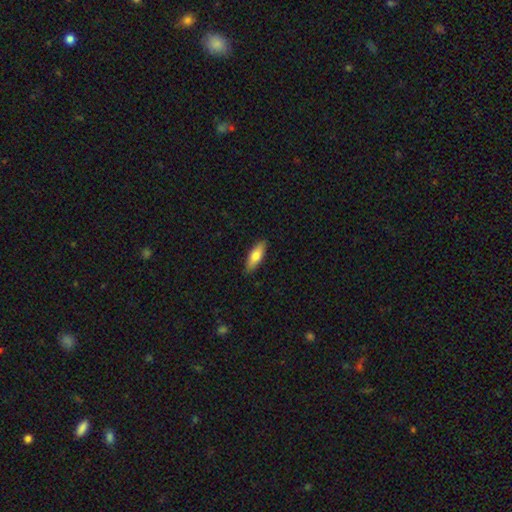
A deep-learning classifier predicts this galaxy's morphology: Overall: smooth (74%). How rounded: in between (58%; cigar-shaped 40%). Merging: none (88%).